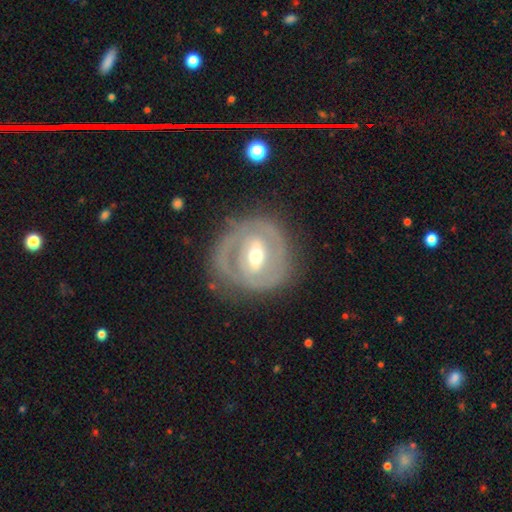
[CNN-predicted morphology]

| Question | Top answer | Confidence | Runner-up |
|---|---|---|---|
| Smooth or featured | featured or disk | 78% | smooth (17%) |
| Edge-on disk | no | 96% | yes (4%) |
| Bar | weak | 43% | strong (33%) |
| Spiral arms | yes | 69% | no (31%) |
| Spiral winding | tight | 61% | medium (29%) |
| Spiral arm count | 2 | 53% | can't tell (24%) |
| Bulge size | moderate | 61% | small (33%) |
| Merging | none | 73% | minor disturbance (16%) |